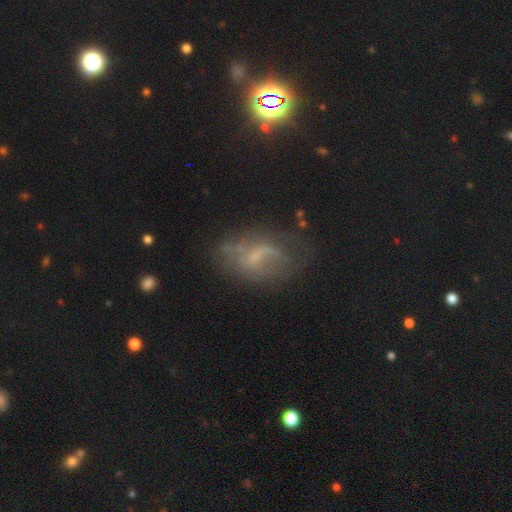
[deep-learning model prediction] Smooth or featured?
  - featured or disk: 57% *
  - smooth: 28%
  - star or artifact: 14%
Edge-on disk?
  - no: 94% *
  - yes: 6%
Bar?
  - no: 46% *
  - weak: 42%
  - strong: 12%
Spiral arms?
  - yes: 57% *
  - no: 43%
Bulge size?
  - small: 39% * (tied)
  - none: 39% * (tied)
  - moderate: 18%
  - large: 2%
  - dominant: 1%
Merging?
  - none: 50% *
  - minor disturbance: 25%
  - major disturbance: 21%
  - merger: 4%